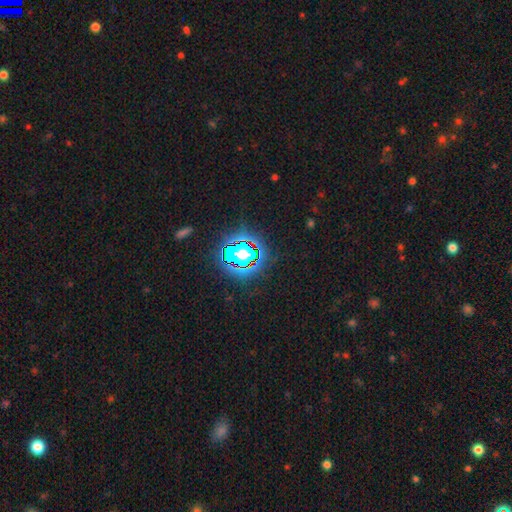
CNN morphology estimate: A star or artifact, not a galaxy (81%).

Vote fractions:
- Smooth or featured? star or artifact: 81% / smooth: 12% / featured or disk: 7%